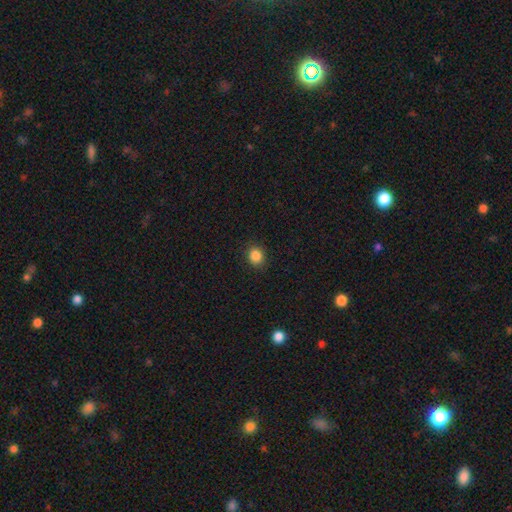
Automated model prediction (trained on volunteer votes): Q: Smooth or featured?
A: smooth (86%); runner-up: star or artifact (11%)
Q: How rounded?
A: round (74%); runner-up: in between (25%)
Q: Merging?
A: none (90%); runner-up: minor disturbance (7%)